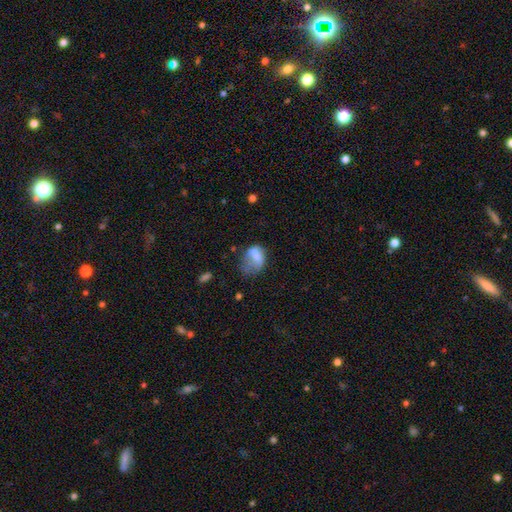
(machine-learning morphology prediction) This appears to be a smooth galaxy with no disk features (67%) that is in between round and cigar-shaped (73%). Merging: major disturbance (39%).